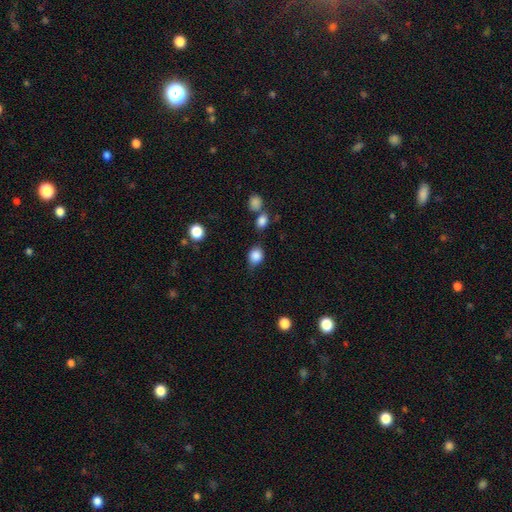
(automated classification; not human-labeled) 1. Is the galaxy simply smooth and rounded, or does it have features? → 85% smooth, 9% star or artifact, 6% featured or disk.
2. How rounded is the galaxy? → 58% round, 41% in between, 1% cigar-shaped.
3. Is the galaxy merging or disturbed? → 66% none, 23% minor disturbance, 6% major disturbance, 5% merger.